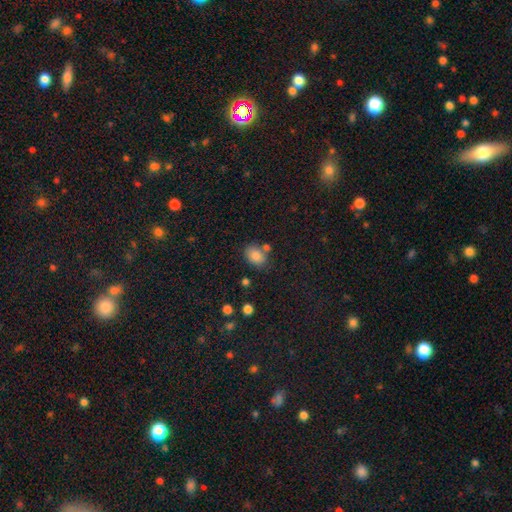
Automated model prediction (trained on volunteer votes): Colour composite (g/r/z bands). It shows a smooth galaxy with no disk features (84%) that is in between round and cigar-shaped (67%). Merging: none (70%).